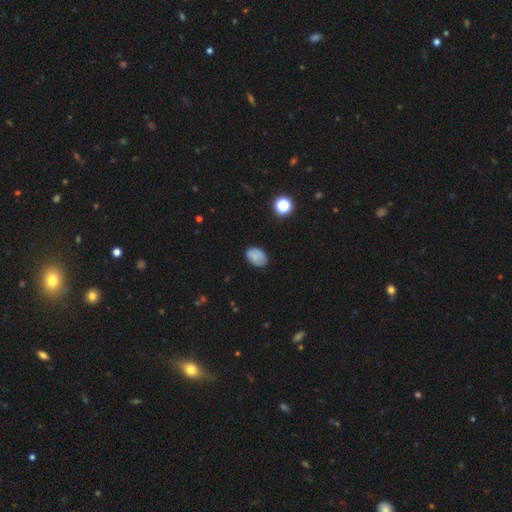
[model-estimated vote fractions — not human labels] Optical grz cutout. It shows a smooth galaxy with no disk features (77%) that is in between round and cigar-shaped (80%). Merging: none (76%).